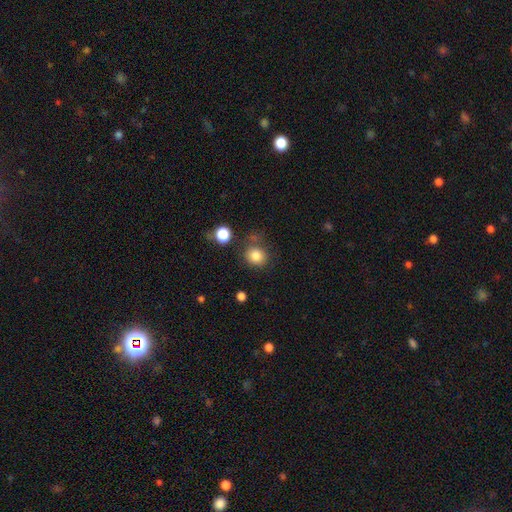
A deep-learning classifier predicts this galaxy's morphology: Smooth or featured?
  - smooth: 83% *
  - star or artifact: 11%
  - featured or disk: 6%
How rounded?
  - round: 83% *
  - in between: 16%
  - cigar-shaped: 1%
Merging?
  - none: 74% *
  - minor disturbance: 13%
  - merger: 8%
  - major disturbance: 5%